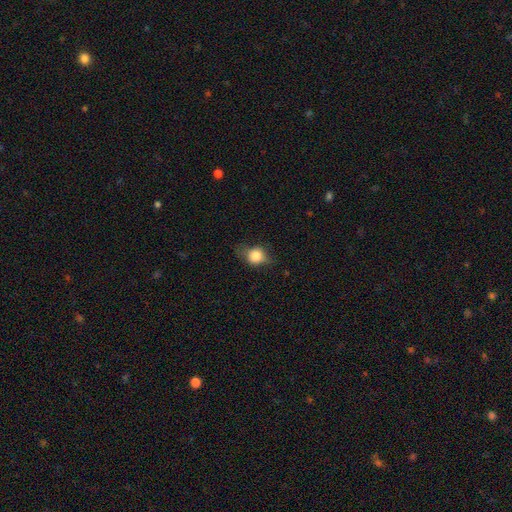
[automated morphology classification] smooth-or-featured: smooth: 74% | featured or disk: 16% | star or artifact: 10%
  how-rounded: round: 64% | in between: 34% | cigar-shaped: 2%
  merging: none: 60% | minor disturbance: 28% | major disturbance: 11% | merger: 1%